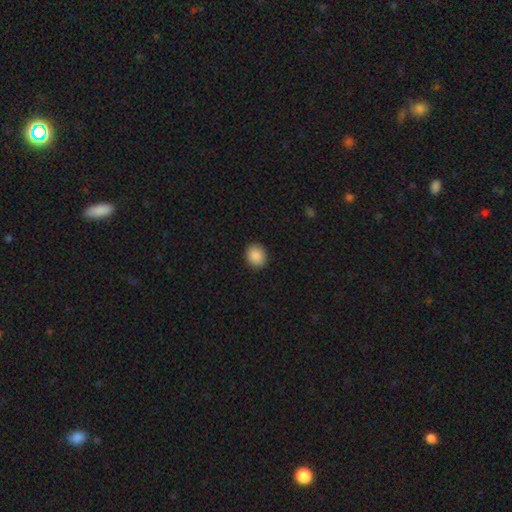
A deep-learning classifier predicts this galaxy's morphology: smooth_or_featured: smooth (p=0.89) [alt: star or artifact p=0.08]
how_rounded: round (p=0.60) [alt: in between p=0.39]
merging: none (p=0.90) [alt: minor disturbance p=0.07]